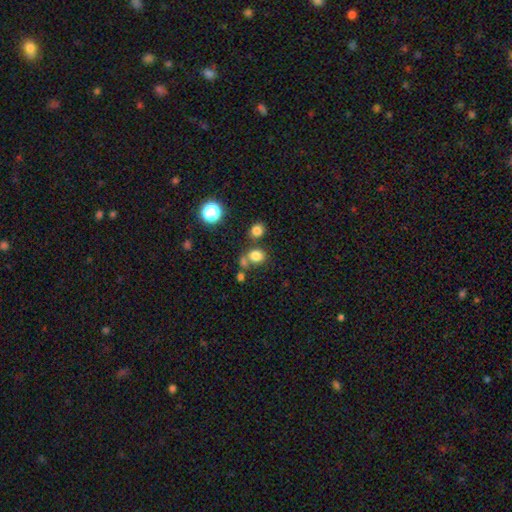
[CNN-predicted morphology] Q: Smooth or featured?
A: smooth (77%); runner-up: star or artifact (16%)
Q: How rounded?
A: round (62%); runner-up: in between (37%)
Q: Merging?
A: none (61%); runner-up: merger (23%)